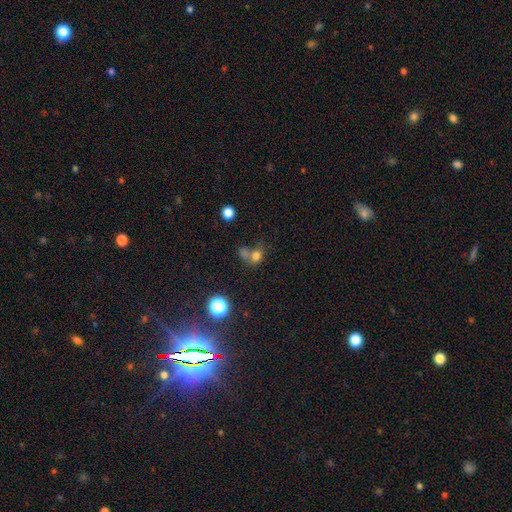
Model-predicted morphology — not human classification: Smooth or featured? smooth (67%)
How rounded? round (69%)
Merging? merger (48%)